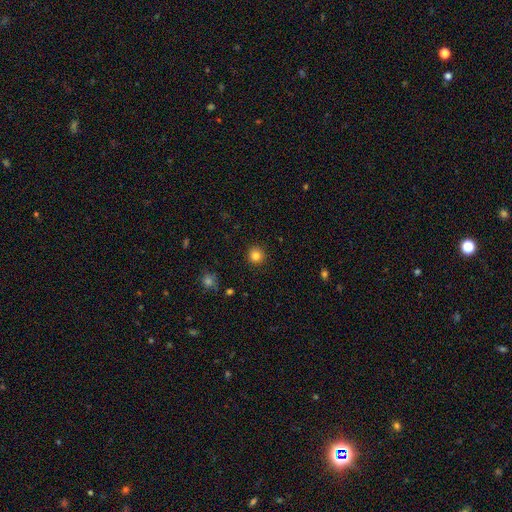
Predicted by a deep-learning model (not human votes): Q: Smooth or featured?
A: smooth (84%); runner-up: star or artifact (12%)
Q: How rounded?
A: round (94%); runner-up: in between (5%)
Q: Merging?
A: none (92%); runner-up: minor disturbance (5%)